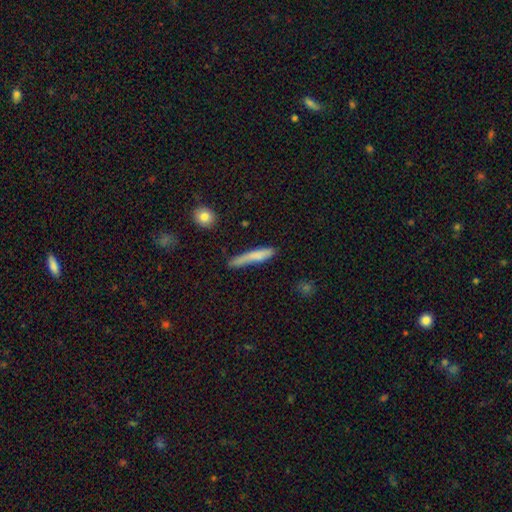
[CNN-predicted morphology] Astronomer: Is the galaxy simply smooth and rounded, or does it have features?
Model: smooth — 75%.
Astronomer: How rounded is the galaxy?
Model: cigar-shaped — 92%.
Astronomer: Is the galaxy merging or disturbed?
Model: none — 63%.